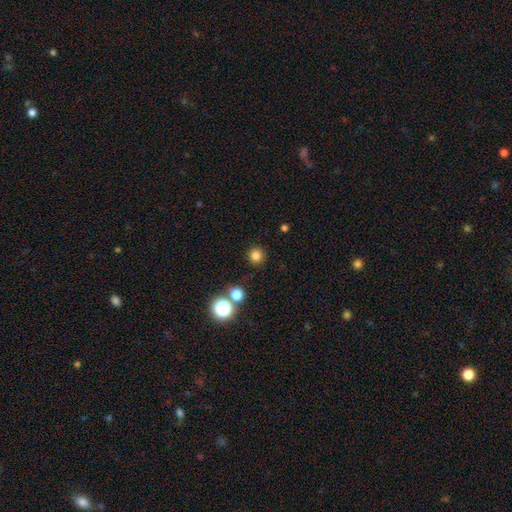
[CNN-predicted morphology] smooth 80%, star or artifact 16%, featured or disk 4%. Down the decision tree: how rounded — round (95%); merging — none (89%).